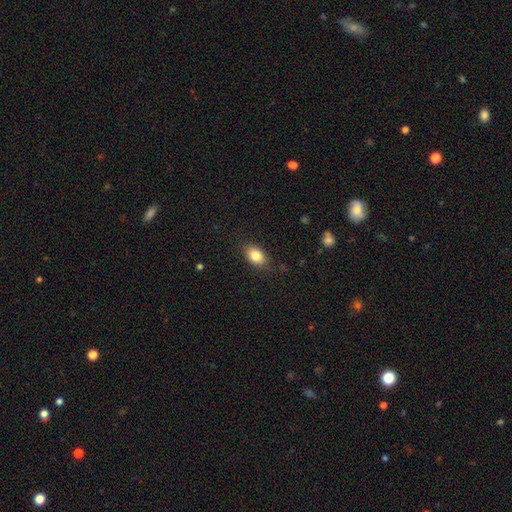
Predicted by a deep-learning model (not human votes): Morphology: type=smooth (83%); roundness=in between (85%); merging=none (84%).